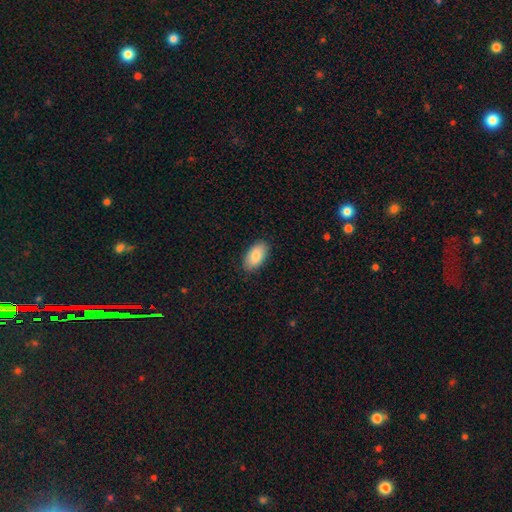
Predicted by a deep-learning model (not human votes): smooth_or_featured: smooth (p=0.85) [alt: featured or disk p=0.09]
how_rounded: in between (p=0.94) [alt: round p=0.03]
merging: none (p=0.87) [alt: minor disturbance p=0.10]